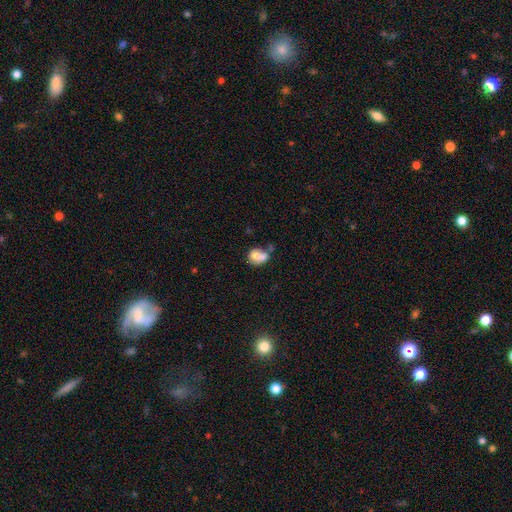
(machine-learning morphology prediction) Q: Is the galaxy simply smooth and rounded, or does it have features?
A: smooth — 70%.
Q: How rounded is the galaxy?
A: in between — 59%.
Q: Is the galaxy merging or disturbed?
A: merger — 43%.